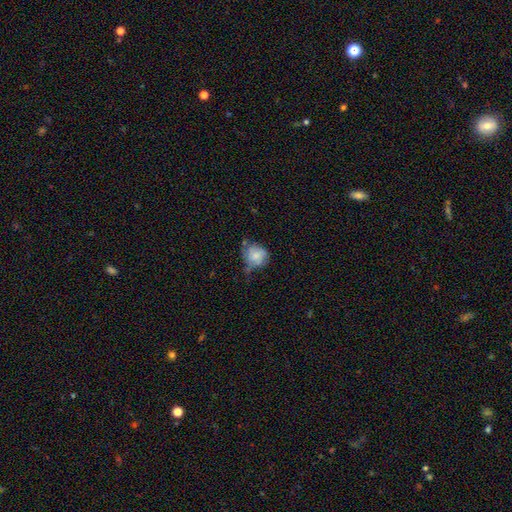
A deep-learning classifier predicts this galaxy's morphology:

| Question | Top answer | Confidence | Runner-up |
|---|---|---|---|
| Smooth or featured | smooth | 65% | featured or disk (26%) |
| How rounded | round | 68% | in between (31%) |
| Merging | minor disturbance | 38% | tied: none (38%) |